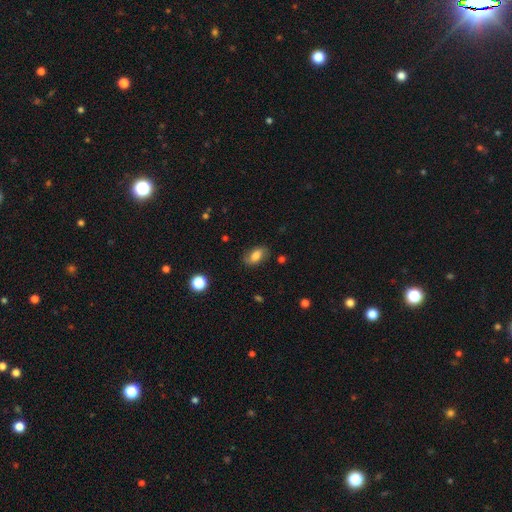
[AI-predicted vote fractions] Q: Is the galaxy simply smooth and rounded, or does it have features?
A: smooth — 71%.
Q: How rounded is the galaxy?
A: in between — 88%.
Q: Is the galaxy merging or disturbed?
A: none — 78%.